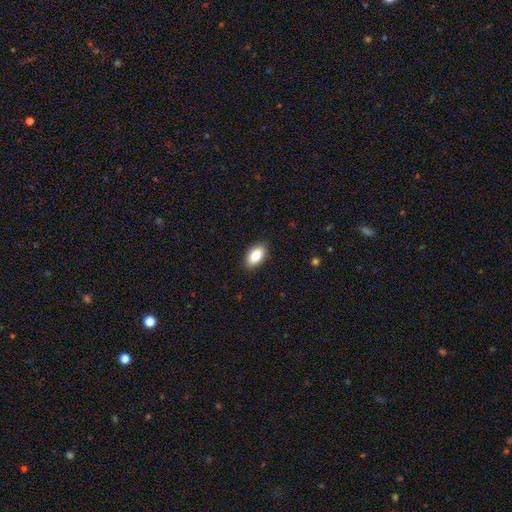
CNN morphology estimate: A smooth galaxy with no disk features (87%) that is in between round and cigar-shaped (93%).

Vote fractions:
- Smooth or featured? smooth: 87% / star or artifact: 7% / featured or disk: 6%
- How rounded? in between: 93% / round: 5% / cigar-shaped: 2%
- Merging? none: 88% / minor disturbance: 9% / major disturbance: 2% / merger: 1%